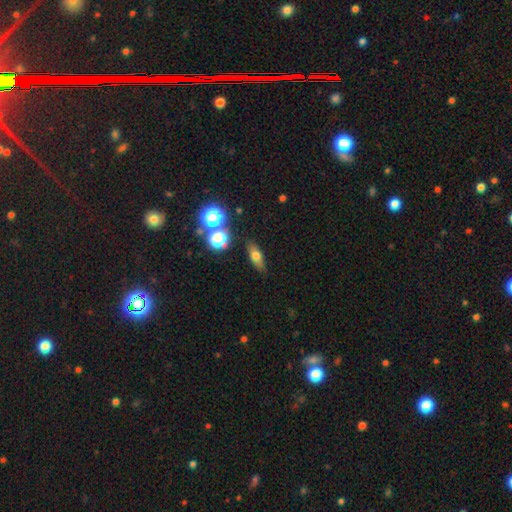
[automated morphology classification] This appears to be a smooth galaxy with no disk features (62%) that is in between round and cigar-shaped (59%). Merging: none (82%).